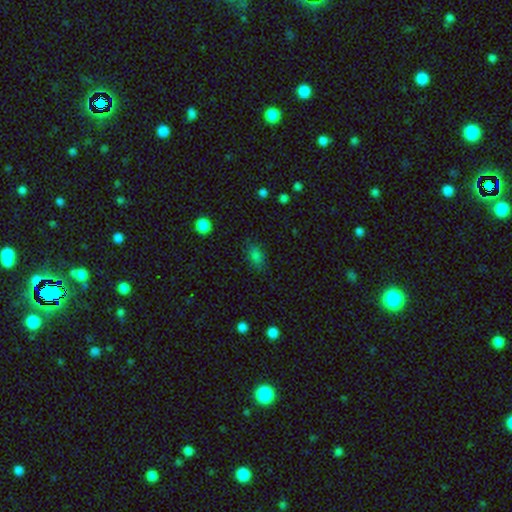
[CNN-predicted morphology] Smooth or featured: smooth — 79% (star or artifact — 15%)
How rounded: in between — 81% (round — 15%)
Merging: none — 81% (minor disturbance — 14%)